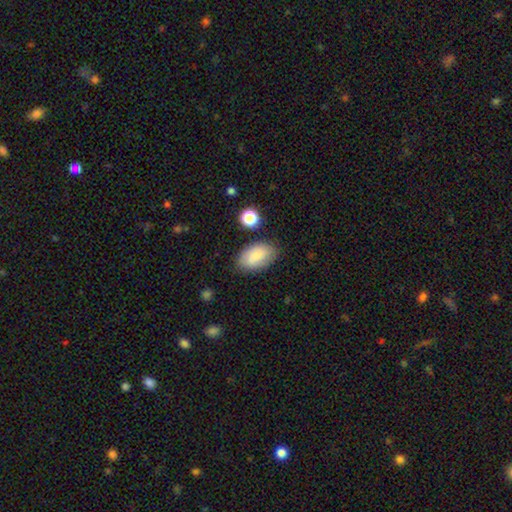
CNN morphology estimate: Smooth or featured: smooth — 83% (featured or disk — 9%)
How rounded: in between — 93% (round — 5%)
Merging: none — 78% (minor disturbance — 15%)